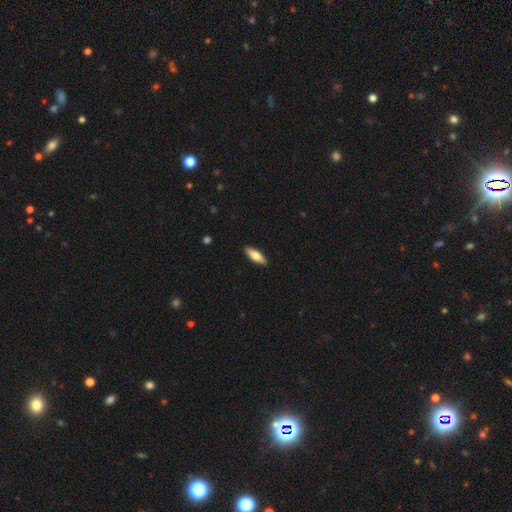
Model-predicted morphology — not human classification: Smooth or featured? Predicted: smooth (p=0.65). How rounded? Predicted: in between (p=0.51). Merging? Predicted: none (p=0.90).